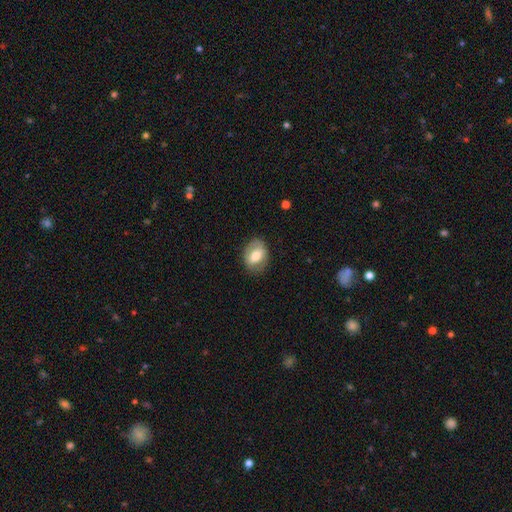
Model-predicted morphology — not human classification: Q: Smooth or featured?
A: smooth (54%); runner-up: featured or disk (39%)
Q: How rounded?
A: in between (67%); runner-up: round (32%)
Q: Merging?
A: none (78%); runner-up: minor disturbance (16%)